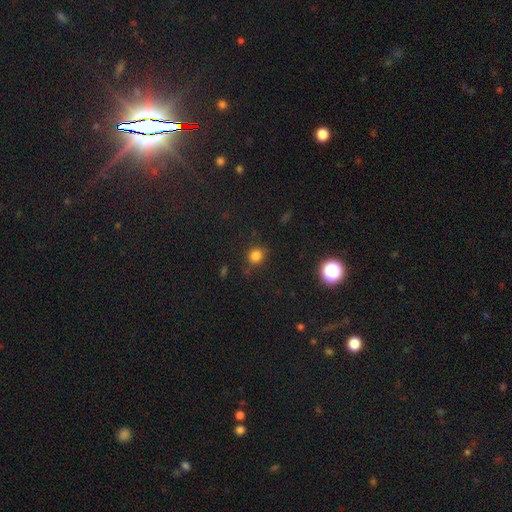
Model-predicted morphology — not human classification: A smooth galaxy with no disk features (80%) that is round (82%).

Vote fractions:
- Smooth or featured? smooth: 80% / star or artifact: 14% / featured or disk: 5%
- How rounded? round: 82% / in between: 17% / cigar-shaped: 1%
- Merging? none: 79% / minor disturbance: 15% / major disturbance: 5% / merger: 2%